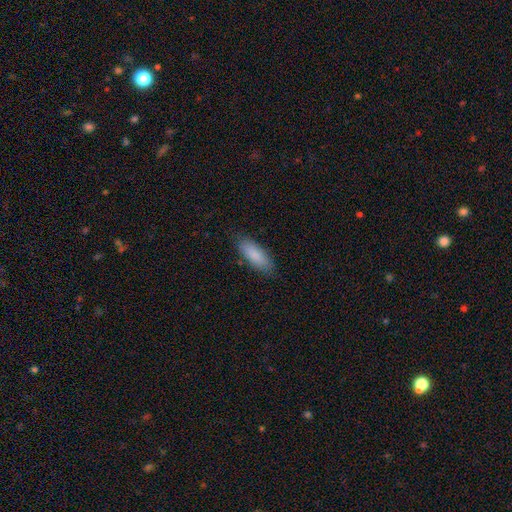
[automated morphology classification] smooth_or_featured: smooth (p=0.87) [alt: featured or disk p=0.07]
how_rounded: in between (p=0.75) [alt: cigar-shaped p=0.23]
merging: none (p=0.83) [alt: minor disturbance p=0.13]